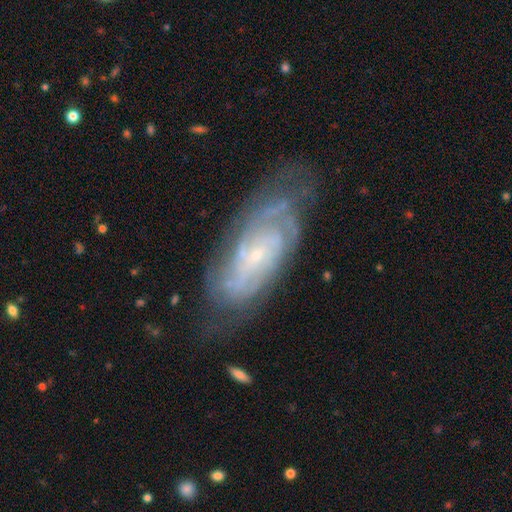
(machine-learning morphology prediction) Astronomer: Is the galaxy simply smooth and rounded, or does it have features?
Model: featured or disk — 84%.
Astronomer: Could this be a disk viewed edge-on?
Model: no — 93%.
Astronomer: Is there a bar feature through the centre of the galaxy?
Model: no — 66%.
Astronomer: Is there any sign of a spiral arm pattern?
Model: yes — 95%.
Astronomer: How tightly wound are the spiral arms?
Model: tight — 68%.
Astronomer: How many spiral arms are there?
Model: can't tell — 39% (runner-up: 2, 20%).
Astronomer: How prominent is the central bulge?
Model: small — 82%.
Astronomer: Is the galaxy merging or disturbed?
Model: none — 65%.